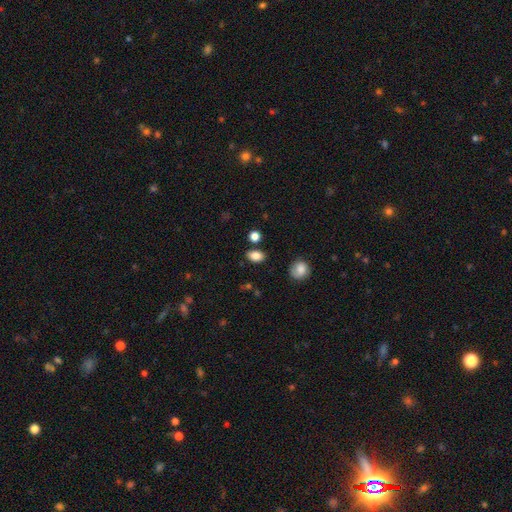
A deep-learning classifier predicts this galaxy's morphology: smooth-or-featured: smooth: 85% | star or artifact: 10% | featured or disk: 5%
  how-rounded: in between: 81% | round: 17% | cigar-shaped: 2%
  merging: none: 82% | minor disturbance: 11% | merger: 4% | major disturbance: 3%